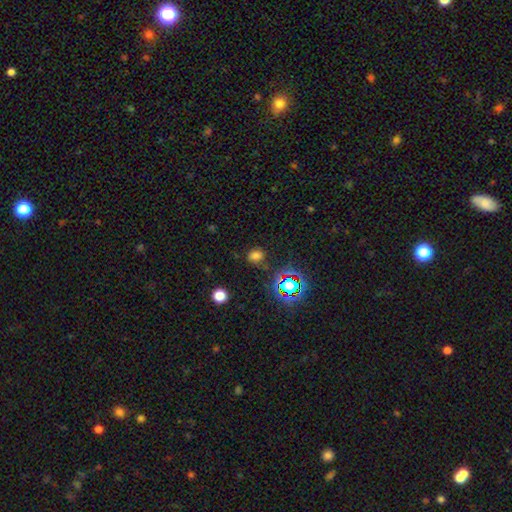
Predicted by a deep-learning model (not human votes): smooth 62%, star or artifact 30%, featured or disk 7%. Down the decision tree: how rounded — in between (54%); merging — none (75%).